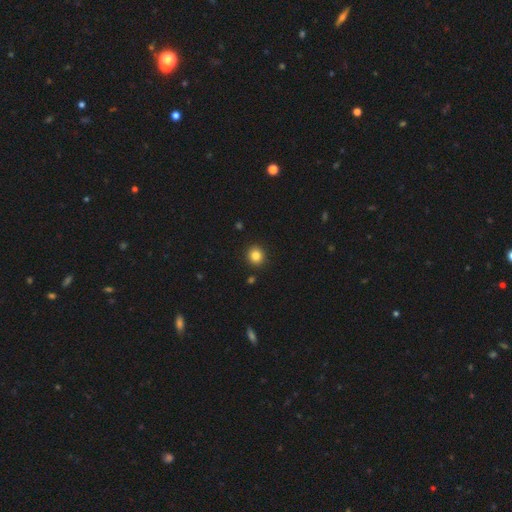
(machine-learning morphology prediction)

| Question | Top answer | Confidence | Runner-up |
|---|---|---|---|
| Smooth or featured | smooth | 84% | star or artifact (11%) |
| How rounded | round | 87% | in between (12%) |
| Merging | none | 92% | minor disturbance (5%) |